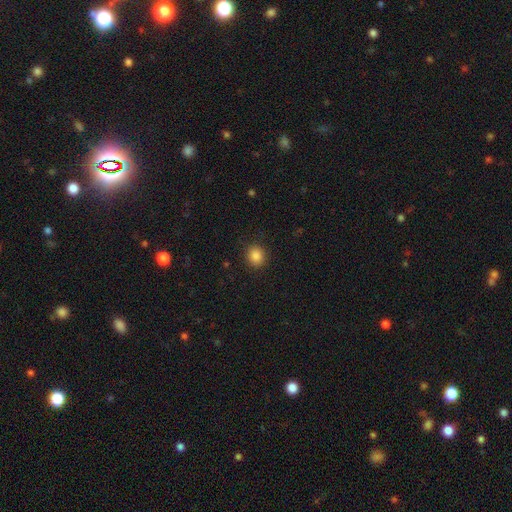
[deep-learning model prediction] Q: Smooth or featured?
A: smooth (86%); runner-up: star or artifact (11%)
Q: How rounded?
A: round (82%); runner-up: in between (17%)
Q: Merging?
A: none (90%); runner-up: minor disturbance (7%)